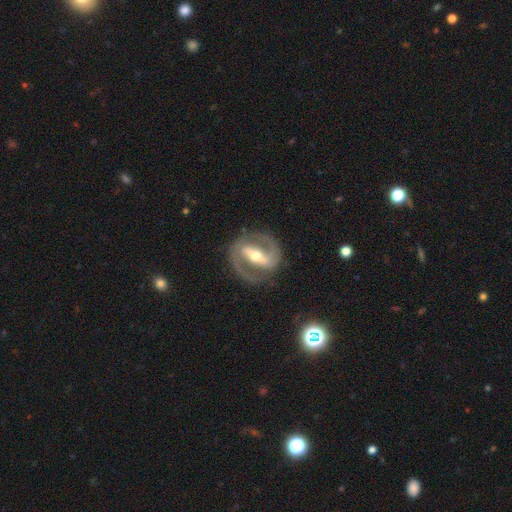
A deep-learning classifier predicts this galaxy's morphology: Smooth or featured? Predicted: featured or disk (p=0.89). Edge-on disk? Predicted: no (p=0.95). Bar? Predicted: strong (p=0.72). Spiral arms? Predicted: yes (p=0.91). Spiral winding? Predicted: medium (p=0.52). Spiral arm count? Predicted: 2 (p=0.91). Bulge size? Predicted: moderate (p=0.63). Merging? Predicted: none (p=0.84).